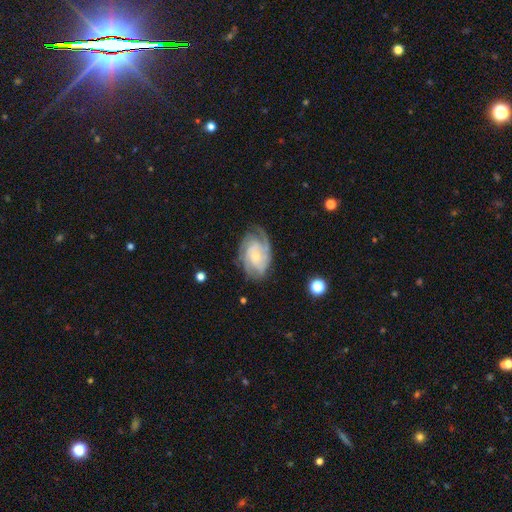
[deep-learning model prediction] Smooth or featured? Predicted: featured or disk (p=0.84). Edge-on disk? Predicted: no (p=0.97). Bar? Predicted: no (p=0.69). Spiral arms? Predicted: yes (p=0.96). Spiral winding? Predicted: tight (p=0.57). Spiral arm count? Predicted: 3 (p=0.29). Bulge size? Predicted: small (p=0.66). Merging? Predicted: none (p=0.66).